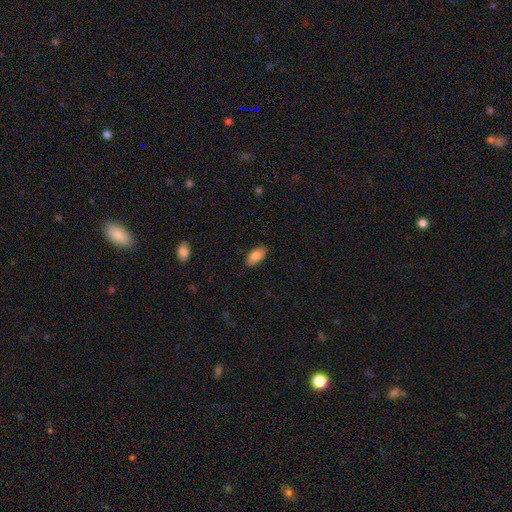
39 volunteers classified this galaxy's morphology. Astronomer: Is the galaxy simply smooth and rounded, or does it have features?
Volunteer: smooth — 92%.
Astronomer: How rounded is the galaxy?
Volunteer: in between — 94%.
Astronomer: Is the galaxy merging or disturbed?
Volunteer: none — 86%.